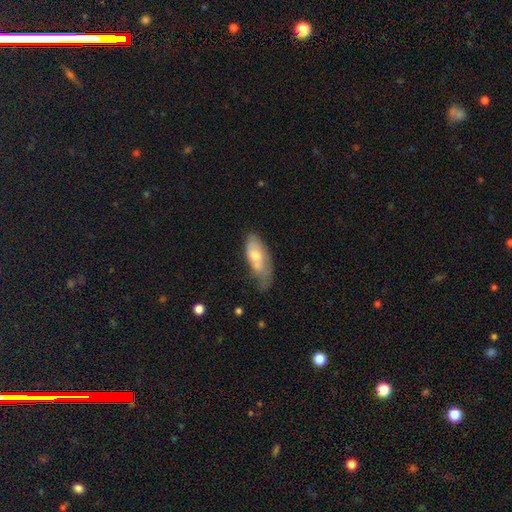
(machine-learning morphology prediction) Smooth or featured?
  - smooth: 61% *
  - featured or disk: 32%
  - star or artifact: 6%
How rounded?
  - in between: 81% *
  - cigar-shaped: 16%
  - round: 3%
Merging?
  - minor disturbance: 36% *
  - none: 30%
  - major disturbance: 22%
  - merger: 12%